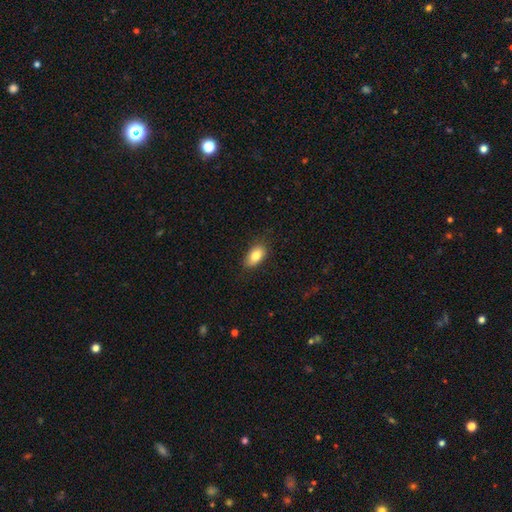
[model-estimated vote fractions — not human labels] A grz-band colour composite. It shows a smooth galaxy with no disk features (81%) that is in between round and cigar-shaped (90%). Merging: none (80%).